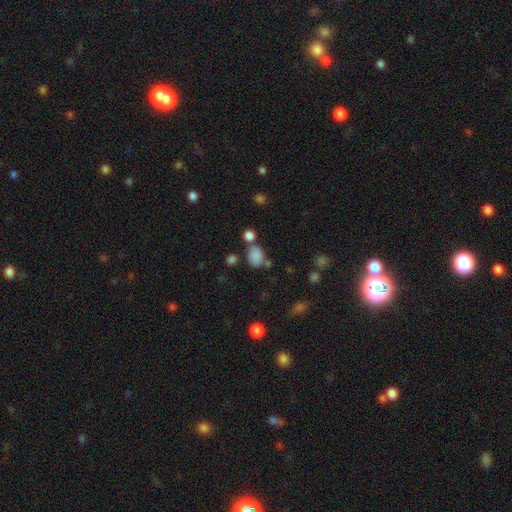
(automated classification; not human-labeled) This is clearly a smooth galaxy (81%). How rounded: likely in between (63%). Merging: possibly none (58%).